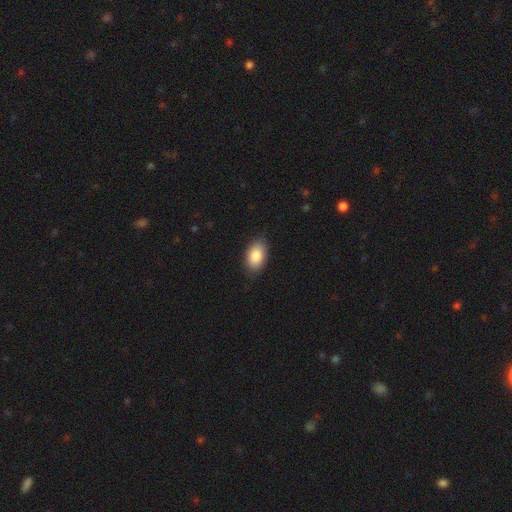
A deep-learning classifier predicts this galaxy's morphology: This is clearly a smooth galaxy (87%). How rounded: clearly in between (93%). Merging: clearly none (86%).